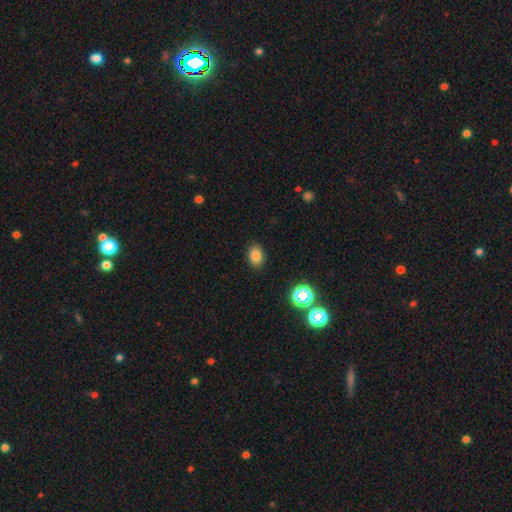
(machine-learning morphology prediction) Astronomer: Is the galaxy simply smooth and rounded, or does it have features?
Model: smooth — 80%.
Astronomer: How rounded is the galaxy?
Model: in between — 76%.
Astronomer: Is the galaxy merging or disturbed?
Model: none — 88%.